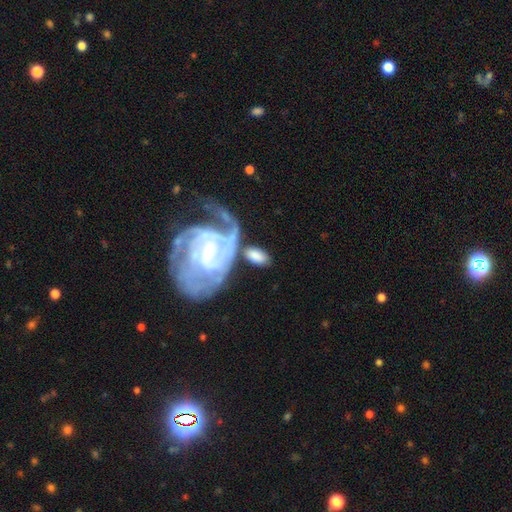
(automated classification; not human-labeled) Smooth or featured: smooth — 61% (featured or disk — 33%)
How rounded: in between — 90% (round — 6%)
Merging: none — 51% (merger — 20%)